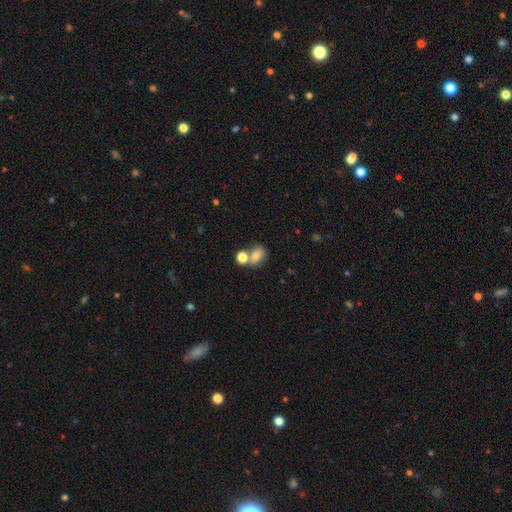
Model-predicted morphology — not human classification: Smooth or featured?
  - smooth: 74% *
  - featured or disk: 14%
  - star or artifact: 12%
How rounded?
  - in between: 58% *
  - round: 41%
  - cigar-shaped: 2%
Merging?
  - none: 43% *
  - merger: 39%
  - minor disturbance: 12%
  - major disturbance: 6%